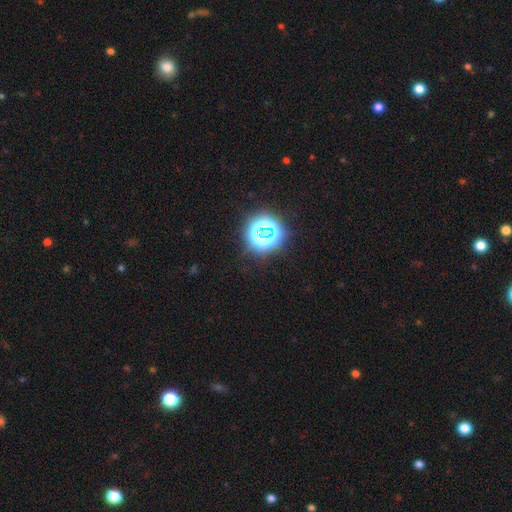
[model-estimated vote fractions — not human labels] smooth_or_featured: star or artifact (p=0.81) [alt: smooth p=0.13]